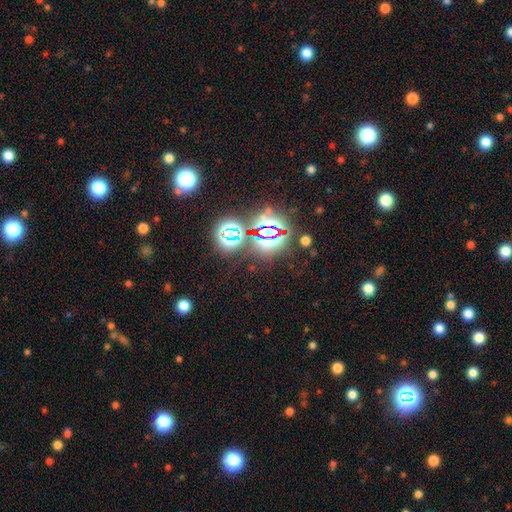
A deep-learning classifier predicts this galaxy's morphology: Smooth or featured? star or artifact (72%)